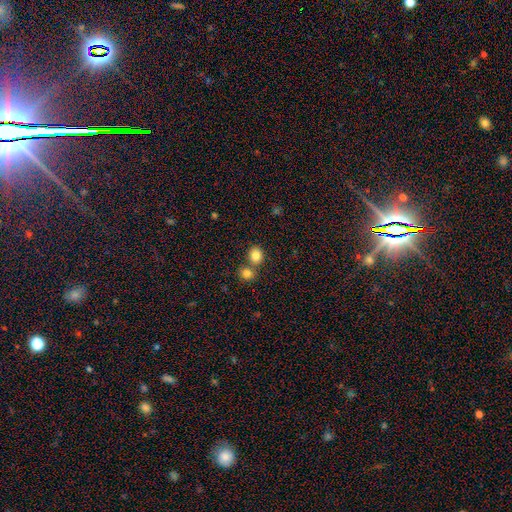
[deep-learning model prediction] Smooth or featured? Predicted: smooth (p=0.84). How rounded? Predicted: round (p=0.65). Merging? Predicted: none (p=0.58).